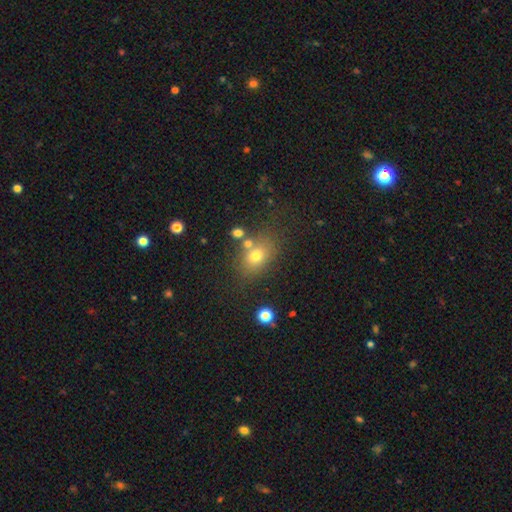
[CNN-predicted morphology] Overall: smooth (71%). How rounded: in between (63%; round 35%). Merging: none (66%).